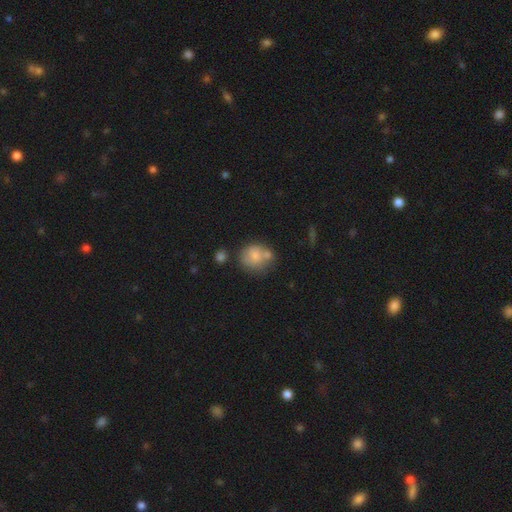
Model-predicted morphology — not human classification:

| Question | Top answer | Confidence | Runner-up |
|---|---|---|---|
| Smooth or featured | smooth | 77% | featured or disk (15%) |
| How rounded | round | 77% | in between (22%) |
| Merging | none | 45% | merger (29%) |